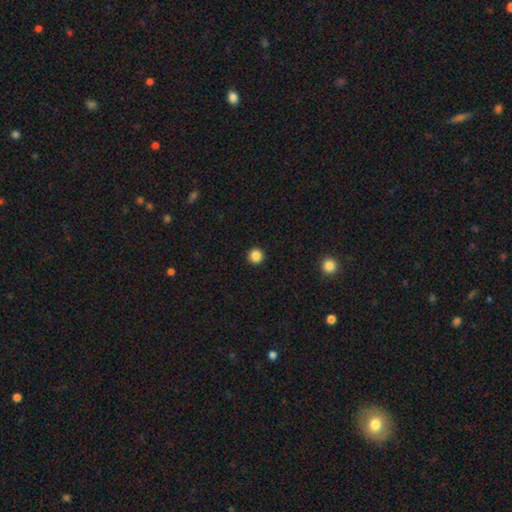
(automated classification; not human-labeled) This appears to be a smooth galaxy with no disk features (86%) that is round (96%). Merging: none (93%).